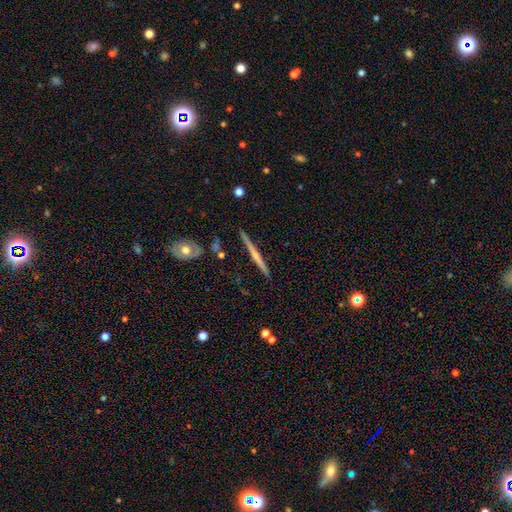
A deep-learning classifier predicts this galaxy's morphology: This appears to be a featured or disk galaxy (67%) viewed edge-on (98%) with no central bulge (50%). Merging: none (90%).